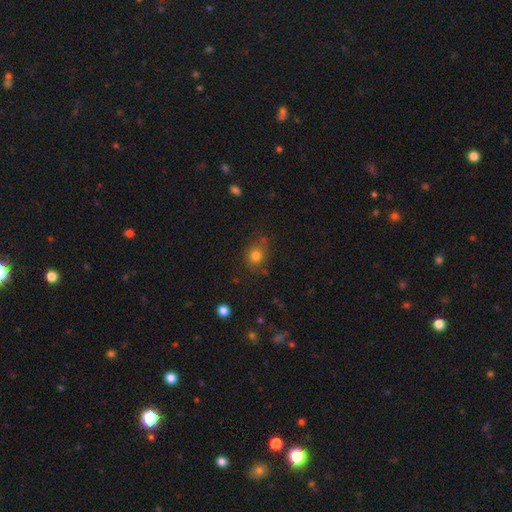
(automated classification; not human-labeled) Smooth or featured?
  - smooth: 79% *
  - star or artifact: 13%
  - featured or disk: 8%
How rounded?
  - round: 72% *
  - in between: 27%
  - cigar-shaped: 1%
Merging?
  - none: 73% *
  - minor disturbance: 18%
  - major disturbance: 5%
  - merger: 5%